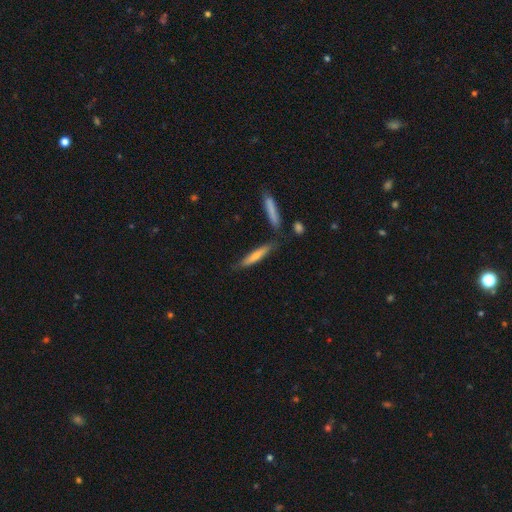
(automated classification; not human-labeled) Smooth or featured: smooth — 66% (featured or disk — 28%)
How rounded: cigar-shaped — 88% (in between — 10%)
Merging: none — 74% (minor disturbance — 14%)